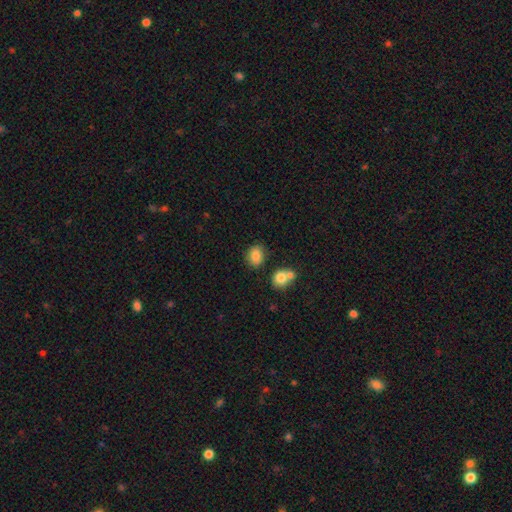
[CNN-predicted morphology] This is clearly a smooth galaxy (84%). How rounded: possibly round (52%). Merging: likely none (78%).